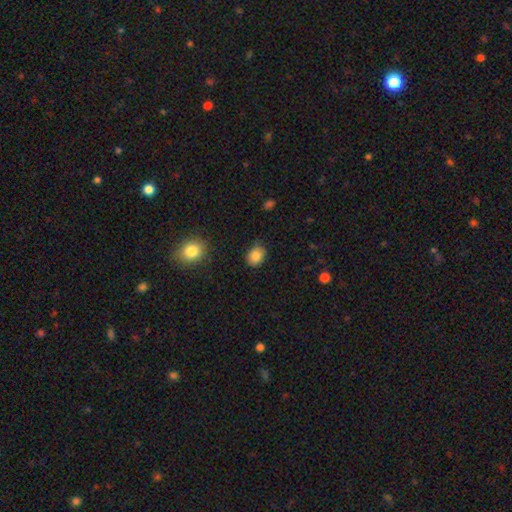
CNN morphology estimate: Smooth or featured?
  - smooth: 85% *
  - star or artifact: 9%
  - featured or disk: 6%
How rounded?
  - round: 50% *
  - in between: 49%
  - cigar-shaped: 1%
Merging?
  - none: 79% *
  - minor disturbance: 17%
  - major disturbance: 3%
  - merger: 2%